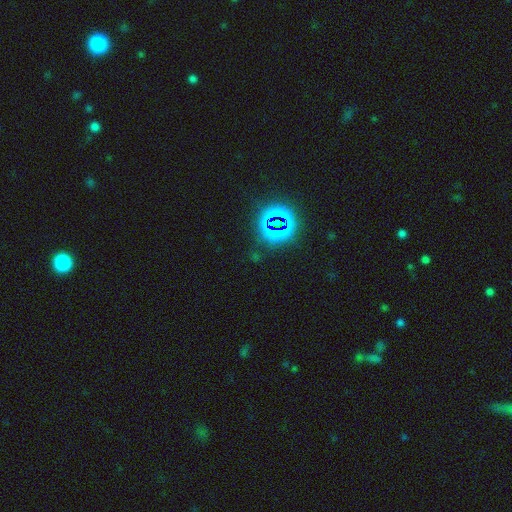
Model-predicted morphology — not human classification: A star or artifact, not a galaxy (75%).